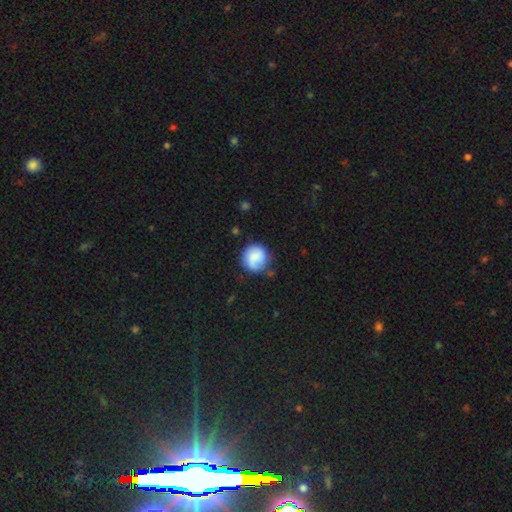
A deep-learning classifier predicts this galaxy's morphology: The model was most divided on "smooth or featured": smooth: 75%, featured or disk: 18%, star or artifact: 7%. More confident: how rounded — round (92%); merging — none (75%).